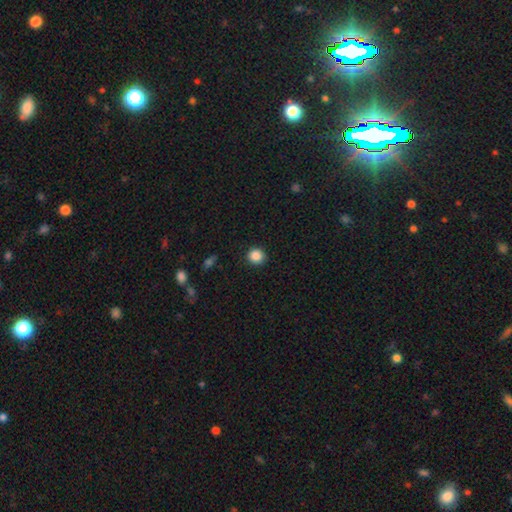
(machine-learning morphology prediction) Smooth or featured?
  - smooth: 87% *
  - star or artifact: 10%
  - featured or disk: 3%
How rounded?
  - round: 90% *
  - in between: 9%
  - cigar-shaped: 1%
Merging?
  - none: 91% *
  - minor disturbance: 6%
  - major disturbance: 2%
  - merger: 1%